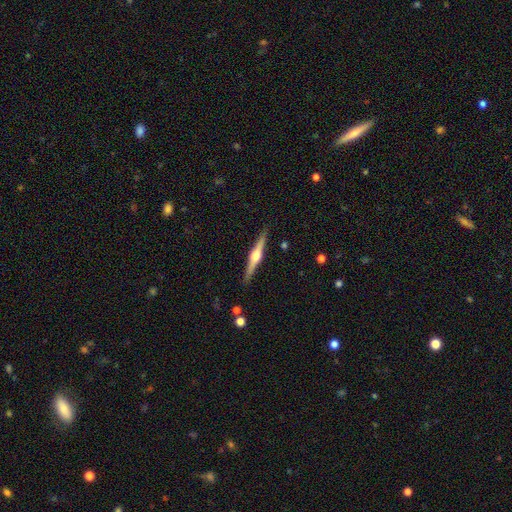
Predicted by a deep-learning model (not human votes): Smooth or featured? Predicted: featured or disk (p=0.77). Edge-on disk? Predicted: yes (p=0.98). Edge-on bulge? Predicted: rounded (p=0.92). Merging? Predicted: none (p=0.90).